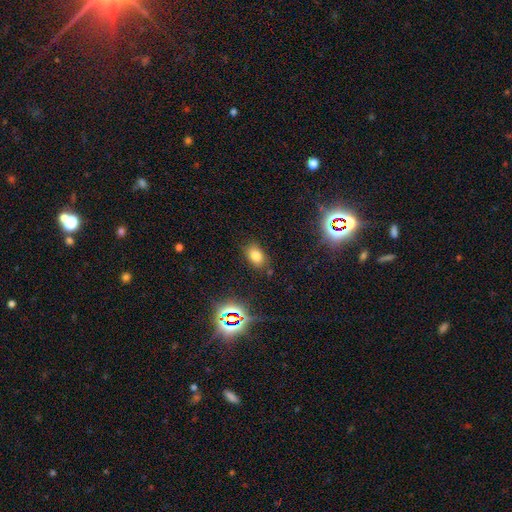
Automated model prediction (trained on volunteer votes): This appears to be a smooth galaxy with no disk features (74%) that is in between round and cigar-shaped (79%). Merging: none (81%).